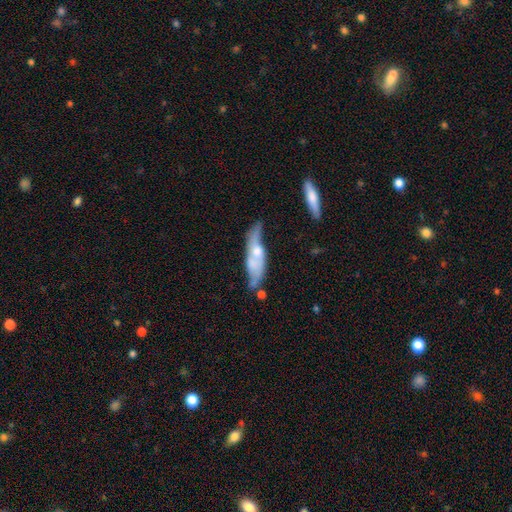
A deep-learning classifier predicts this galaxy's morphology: type=featured or disk (59%); edge-on=no (64%); merging=none (43%).